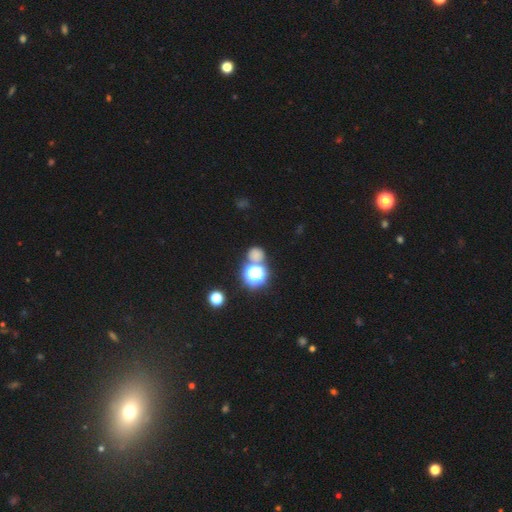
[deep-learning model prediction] Smooth or featured?
  - smooth: 58% *
  - star or artifact: 34%
  - featured or disk: 8%
How rounded?
  - round: 84% *
  - in between: 15%
  - cigar-shaped: 1%
Merging?
  - none: 65% *
  - merger: 21%
  - minor disturbance: 9%
  - major disturbance: 5%